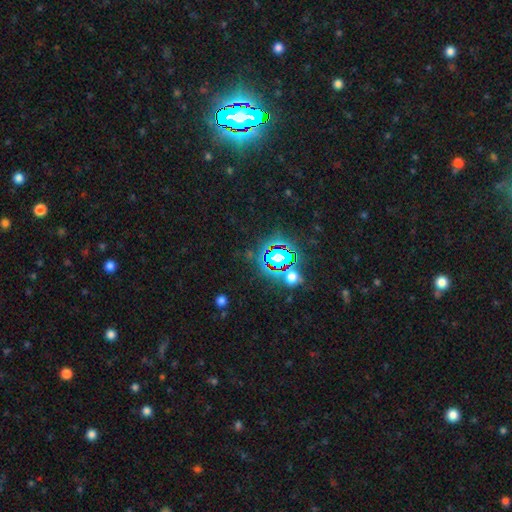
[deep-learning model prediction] Smooth or featured?
  - star or artifact: 83% *
  - smooth: 10%
  - featured or disk: 7%